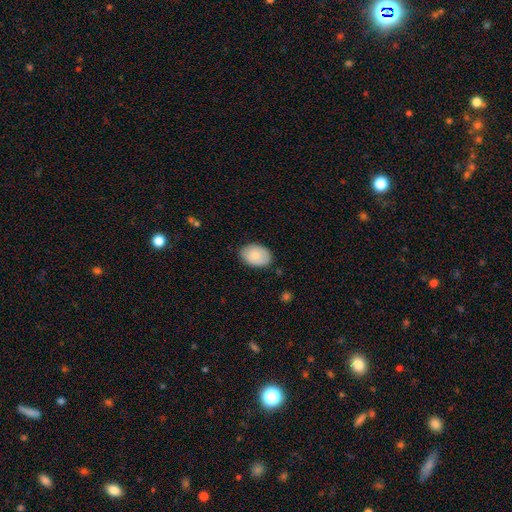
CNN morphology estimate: Smooth or featured?
  - smooth: 83% *
  - featured or disk: 11%
  - star or artifact: 6%
How rounded?
  - in between: 83% *
  - round: 16%
  - cigar-shaped: 1%
Merging?
  - none: 80% *
  - minor disturbance: 16%
  - major disturbance: 3%
  - merger: 1%